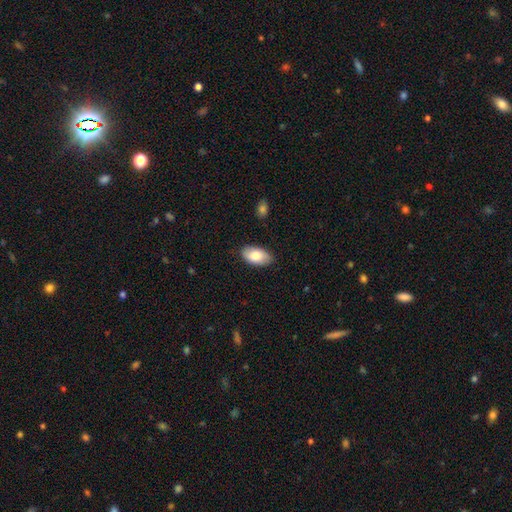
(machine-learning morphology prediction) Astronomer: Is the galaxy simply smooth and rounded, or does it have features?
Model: smooth — 81%.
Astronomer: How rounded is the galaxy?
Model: in between — 95%.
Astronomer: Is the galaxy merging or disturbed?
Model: none — 84%.